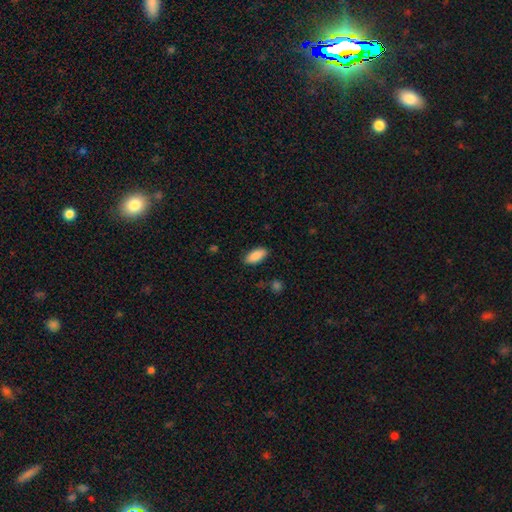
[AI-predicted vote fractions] Overall: smooth (88%). How rounded: in between (89%). Merging: none (86%).